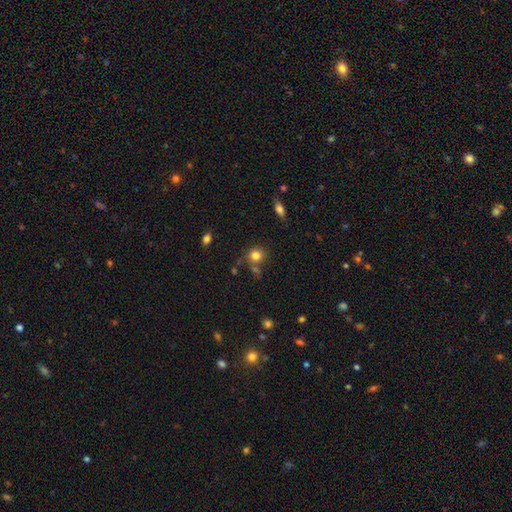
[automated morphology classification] A smooth galaxy with no disk features (81%) that is round (84%). Merging: none (69%).